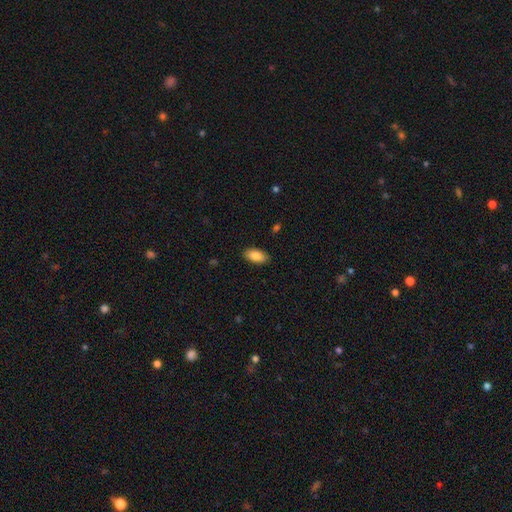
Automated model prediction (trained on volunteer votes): This appears to be a smooth galaxy with no disk features (86%) that is in between round and cigar-shaped (92%). Merging: none (88%).